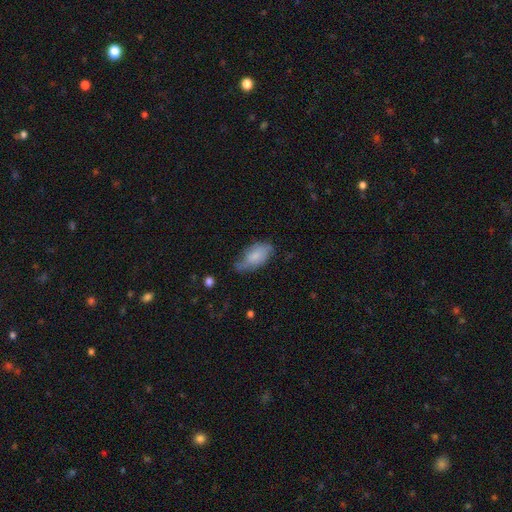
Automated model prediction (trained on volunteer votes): A smooth galaxy with no disk features (73%) that is in between round and cigar-shaped (91%). Merging: none (51%).